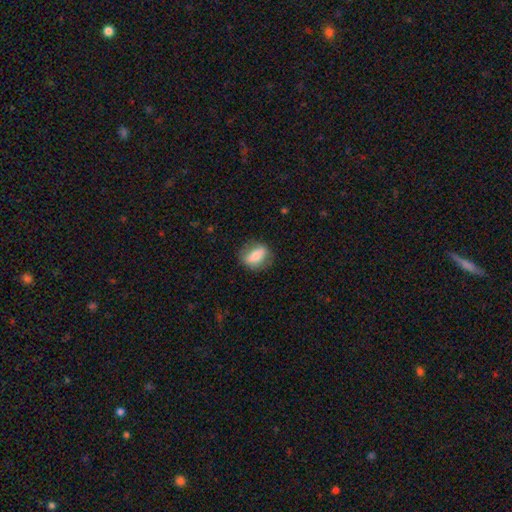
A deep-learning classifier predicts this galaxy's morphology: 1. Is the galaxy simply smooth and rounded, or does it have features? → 66% smooth, 27% featured or disk, 7% star or artifact.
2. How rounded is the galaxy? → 67% in between, 26% round, 6% cigar-shaped.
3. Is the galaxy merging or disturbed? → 78% none, 16% minor disturbance, 5% major disturbance, 1% merger.